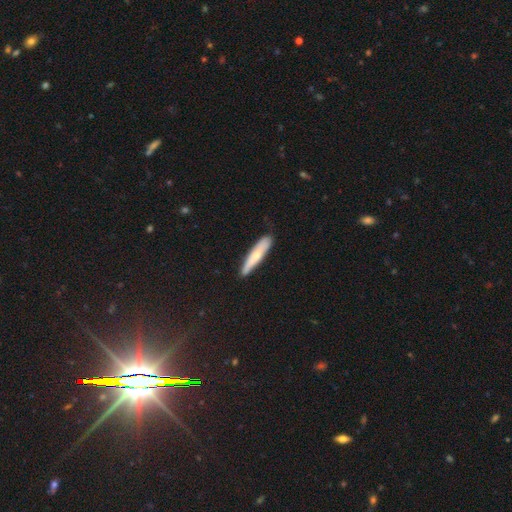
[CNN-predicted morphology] smooth_or_featured: smooth (p=0.63) [alt: featured or disk p=0.31]
how_rounded: cigar-shaped (p=0.87) [alt: in between p=0.12]
merging: none (p=0.80) [alt: minor disturbance p=0.16]